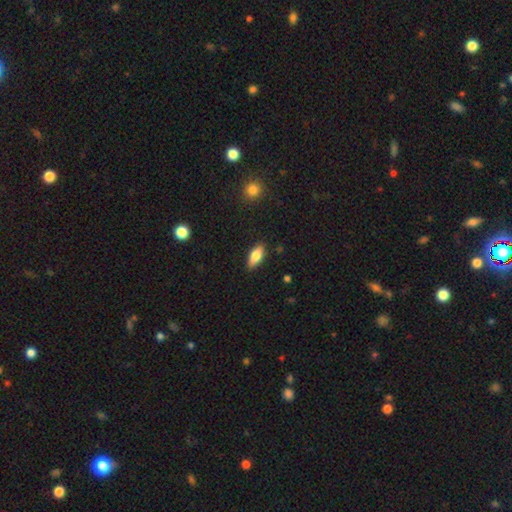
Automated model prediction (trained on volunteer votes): Smooth or featured? smooth (78%)
How rounded? in between (81%)
Merging? none (86%)